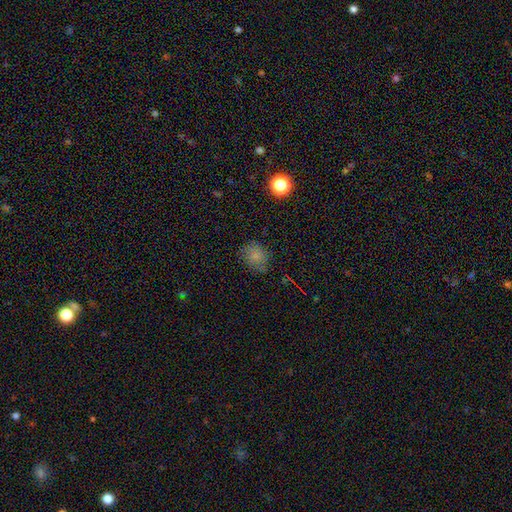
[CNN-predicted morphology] A smooth galaxy with no disk features (74%) that is round (67%).

Vote fractions:
- Smooth or featured? smooth: 74% / star or artifact: 16% / featured or disk: 9%
- How rounded? round: 67% / in between: 32% / cigar-shaped: 1%
- Merging? none: 73% / minor disturbance: 20% / major disturbance: 5% / merger: 2%